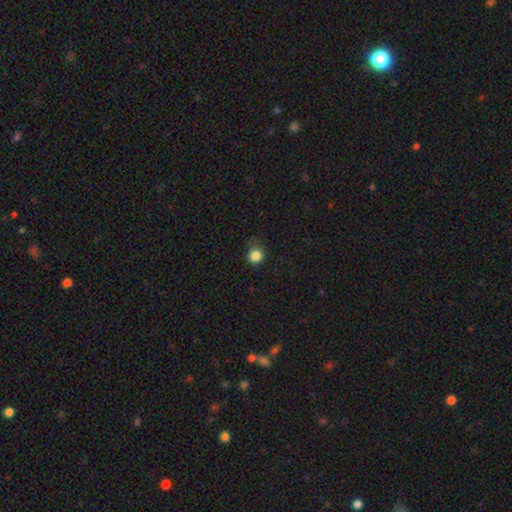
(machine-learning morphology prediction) smooth_or_featured: smooth (p=0.85) [alt: star or artifact p=0.11]
how_rounded: round (p=0.88) [alt: in between p=0.11]
merging: none (p=0.69) [alt: minor disturbance p=0.23]